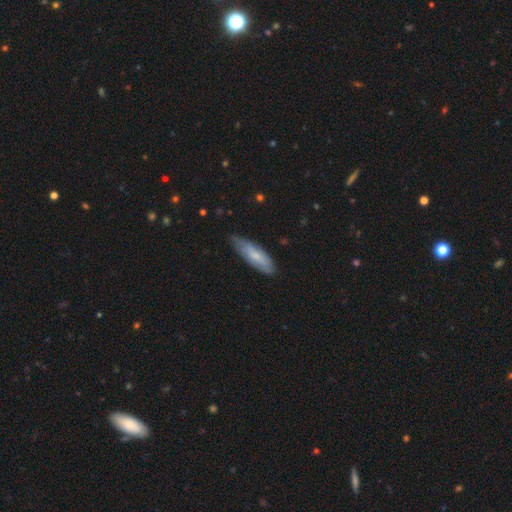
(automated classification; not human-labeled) smooth 64%, featured or disk 31%, star or artifact 6%. Down the decision tree: how rounded — in between (52%); merging — none (66%).